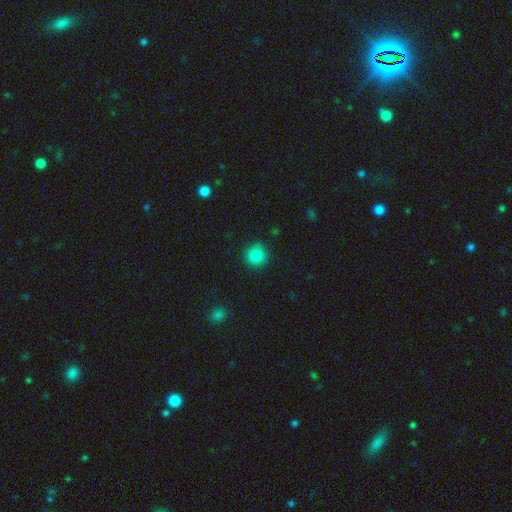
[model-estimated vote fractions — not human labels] Q: Smooth or featured?
A: smooth (84%); runner-up: star or artifact (11%)
Q: How rounded?
A: round (94%); runner-up: in between (5%)
Q: Merging?
A: none (90%); runner-up: minor disturbance (7%)